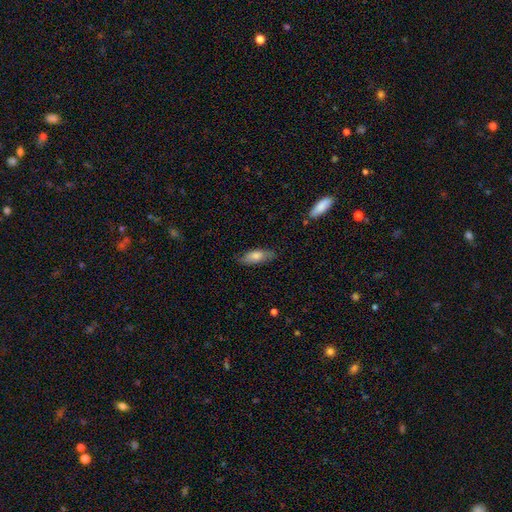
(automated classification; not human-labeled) This is likely a smooth galaxy (72%). How rounded: likely in between (71%). Merging: likely none (79%).